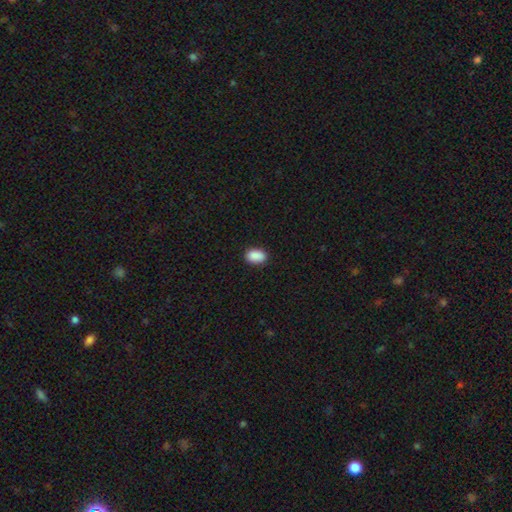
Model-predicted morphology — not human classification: Smooth or featured?
  - smooth: 90% *
  - star or artifact: 7%
  - featured or disk: 2%
How rounded?
  - in between: 89% *
  - round: 10%
  - cigar-shaped: 1%
Merging?
  - none: 89% *
  - minor disturbance: 8%
  - major disturbance: 2%
  - merger: 1%